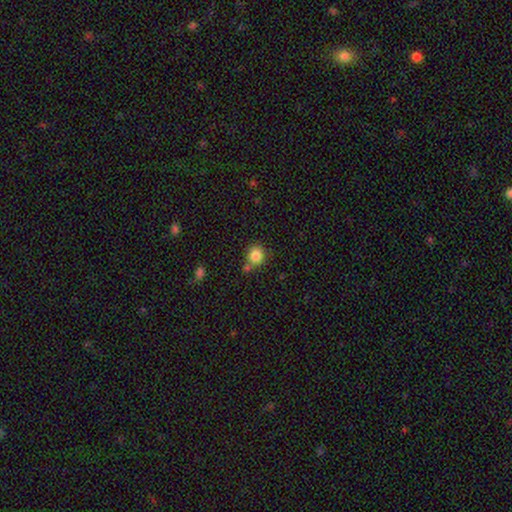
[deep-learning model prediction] Smooth or featured: smooth — 85% (star or artifact — 10%)
How rounded: round — 84% (in between — 15%)
Merging: none — 63% (merger — 20%)